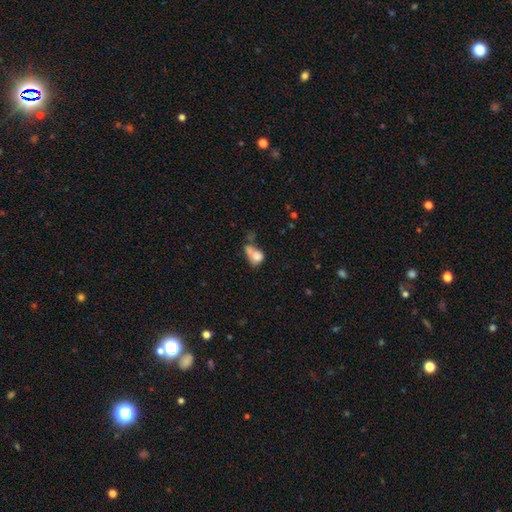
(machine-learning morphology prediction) Smooth or featured? smooth (71%)
How rounded? in between (58%)
Merging? merger (51%)